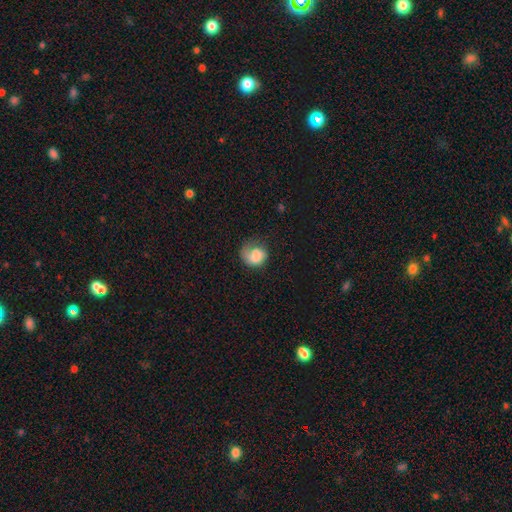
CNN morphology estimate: Smooth or featured: smooth — 68% (featured or disk — 24%)
How rounded: round — 65% (in between — 34%)
Merging: none — 40% (major disturbance — 30%)